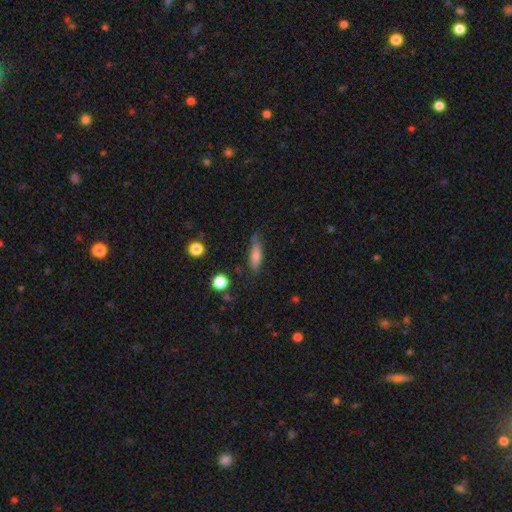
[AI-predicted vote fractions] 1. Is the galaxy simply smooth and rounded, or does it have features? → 66% smooth, 26% featured or disk, 8% star or artifact.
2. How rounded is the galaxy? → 62% cigar-shaped, 35% in between, 3% round.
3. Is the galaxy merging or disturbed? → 69% none, 23% minor disturbance, 6% major disturbance, 2% merger.